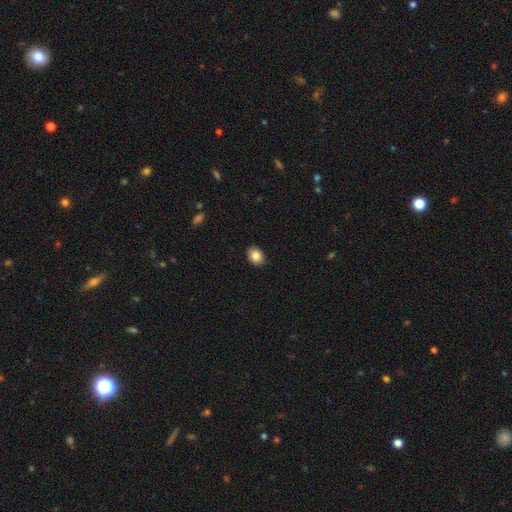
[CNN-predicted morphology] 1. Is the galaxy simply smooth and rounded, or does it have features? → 85% smooth, 8% star or artifact, 7% featured or disk.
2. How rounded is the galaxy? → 71% in between, 28% round, 1% cigar-shaped.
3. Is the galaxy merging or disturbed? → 90% none, 8% minor disturbance, 2% major disturbance, 1% merger.